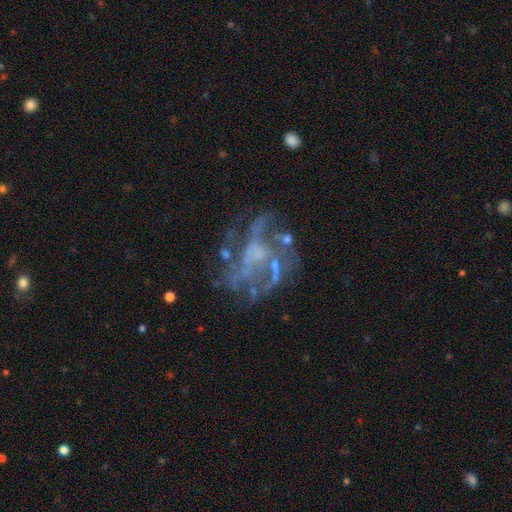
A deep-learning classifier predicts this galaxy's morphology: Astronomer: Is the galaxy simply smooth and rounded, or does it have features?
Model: featured or disk — 77%.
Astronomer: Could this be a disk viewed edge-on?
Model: no — 98%.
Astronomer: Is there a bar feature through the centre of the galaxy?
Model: no — 67%.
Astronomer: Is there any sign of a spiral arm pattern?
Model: yes — 63%.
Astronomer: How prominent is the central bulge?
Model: none — 54%.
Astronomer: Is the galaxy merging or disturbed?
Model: none — 50% (runner-up: major disturbance, 28%).